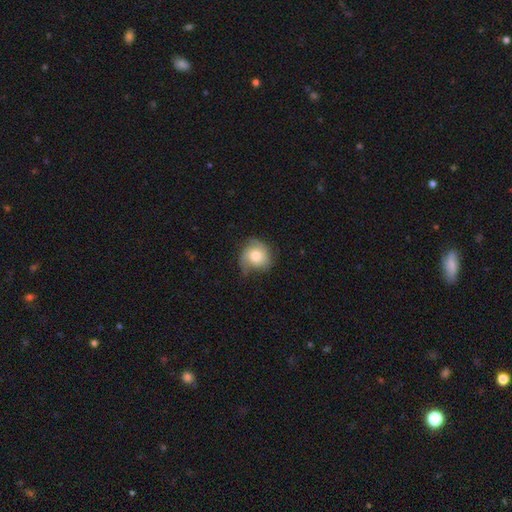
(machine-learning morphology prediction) Smooth or featured? smooth (53%)
How rounded? round (77%)
Merging? none (51%)